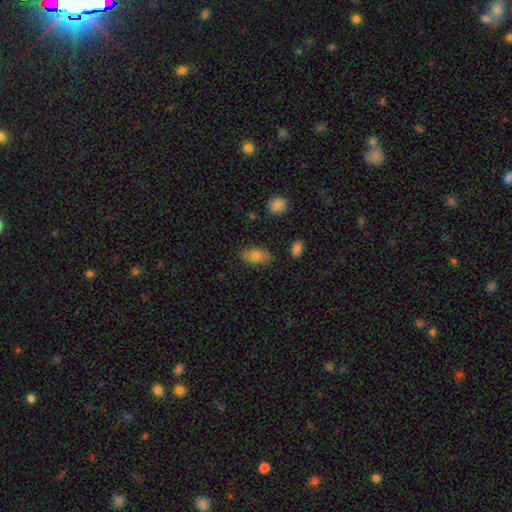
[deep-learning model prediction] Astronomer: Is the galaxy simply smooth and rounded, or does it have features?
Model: smooth — 78%.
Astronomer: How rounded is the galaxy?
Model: in between — 90%.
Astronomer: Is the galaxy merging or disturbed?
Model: none — 80%.